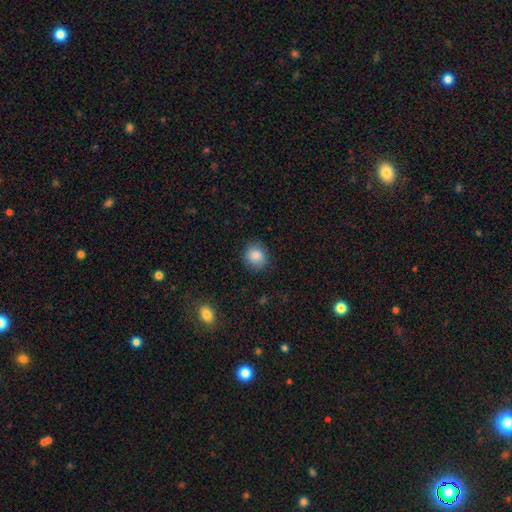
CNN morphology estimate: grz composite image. It shows a smooth galaxy with no disk features (87%) that is round (80%). Merging: none (84%).